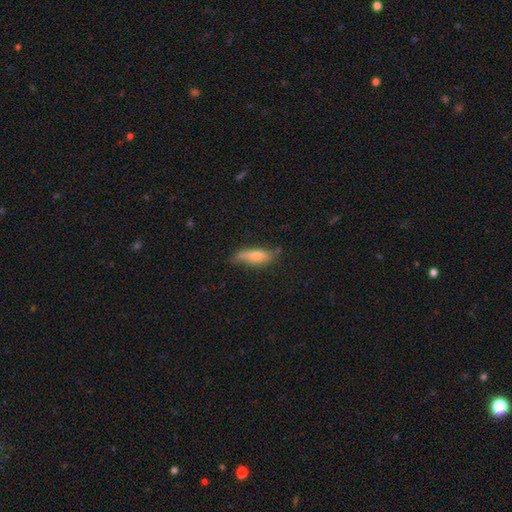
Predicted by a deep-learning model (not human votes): smooth-or-featured: smooth: 69% | featured or disk: 24% | star or artifact: 7%
  how-rounded: cigar-shaped: 51% | in between: 47% | round: 2%
  merging: none: 56% | minor disturbance: 32% | major disturbance: 9% | merger: 3%